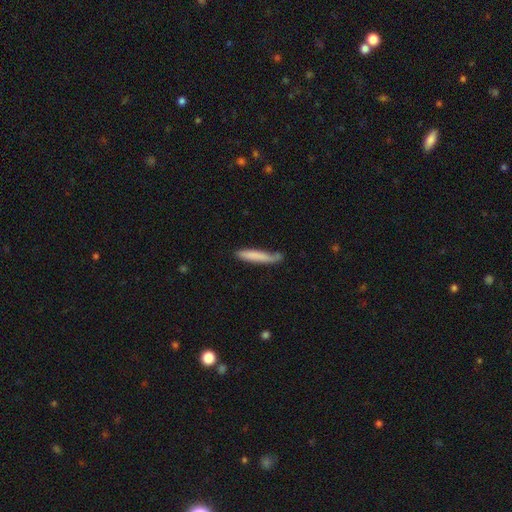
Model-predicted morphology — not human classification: This appears to be a smooth galaxy with no disk features (76%) that is cigar-shaped (92%). Merging: none (62%).